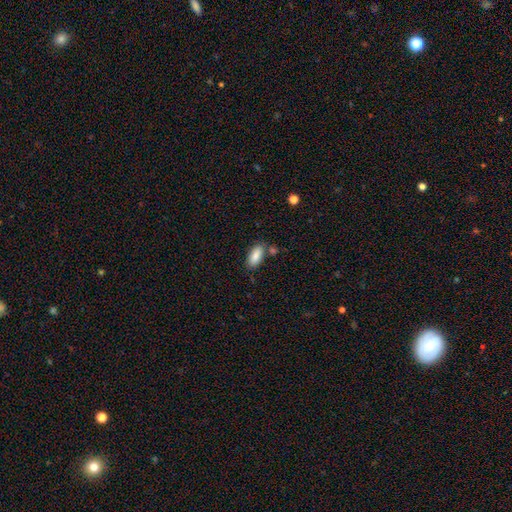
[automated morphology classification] A smooth galaxy with no disk features (87%) that is in between round and cigar-shaped (88%).

Vote fractions:
- Smooth or featured? smooth: 87% / star or artifact: 7% / featured or disk: 6%
- How rounded? in between: 88% / cigar-shaped: 10% / round: 2%
- Merging? none: 75% / minor disturbance: 13% / merger: 9% / major disturbance: 3%